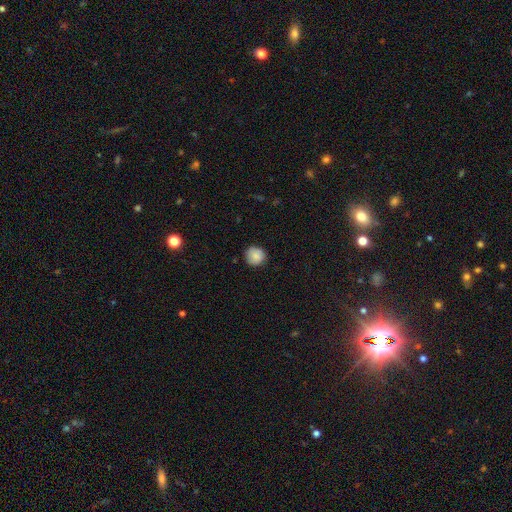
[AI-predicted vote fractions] Q: Smooth or featured?
A: smooth (84%); runner-up: star or artifact (8%)
Q: How rounded?
A: round (93%); runner-up: in between (6%)
Q: Merging?
A: none (84%); runner-up: minor disturbance (12%)